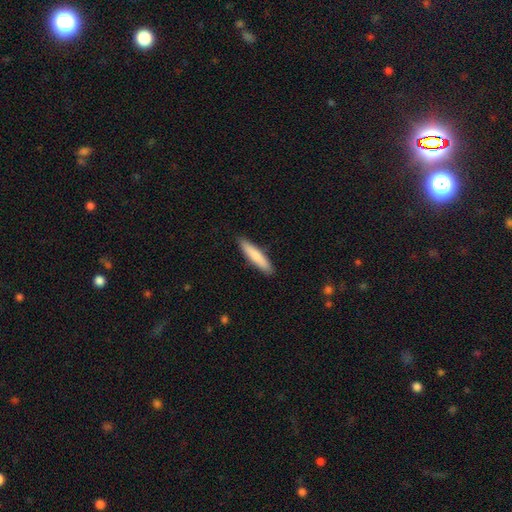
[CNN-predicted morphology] The model was most divided on "smooth or featured": smooth: 81%, featured or disk: 14%, star or artifact: 5%. More confident: merging — none (89%); how rounded — cigar-shaped (85%).